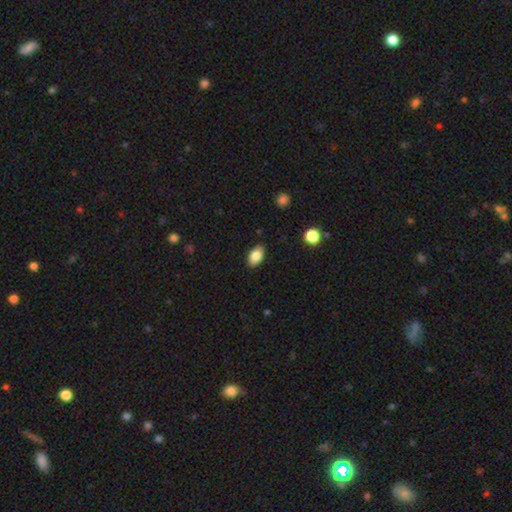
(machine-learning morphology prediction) Smooth or featured: smooth — 84% (star or artifact — 8%)
How rounded: in between — 91% (round — 7%)
Merging: none — 88% (minor disturbance — 9%)